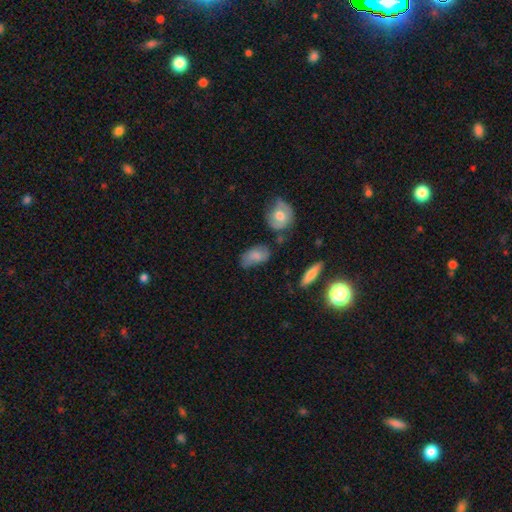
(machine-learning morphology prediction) Smooth or featured: smooth — 73% (featured or disk — 19%)
How rounded: in between — 89% (round — 7%)
Merging: none — 55% (minor disturbance — 29%)